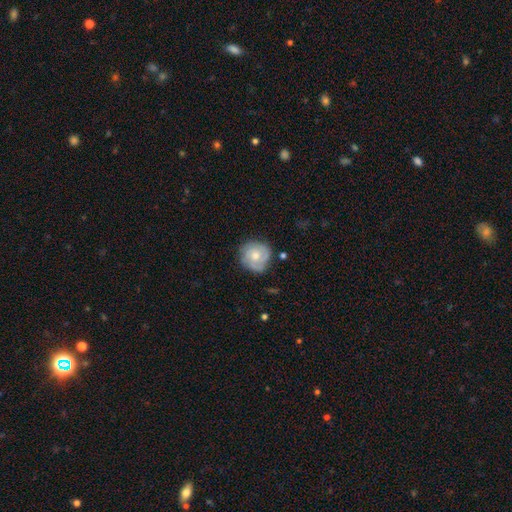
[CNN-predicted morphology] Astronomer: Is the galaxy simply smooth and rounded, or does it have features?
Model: featured or disk — 52% (runner-up: smooth, 41%).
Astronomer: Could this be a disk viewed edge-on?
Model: no — 97%.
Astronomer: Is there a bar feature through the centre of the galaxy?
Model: no — 82%.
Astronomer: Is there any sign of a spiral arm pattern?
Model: yes — 76%.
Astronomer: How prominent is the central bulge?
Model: moderate — 61%.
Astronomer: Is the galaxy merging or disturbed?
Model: none — 70%.